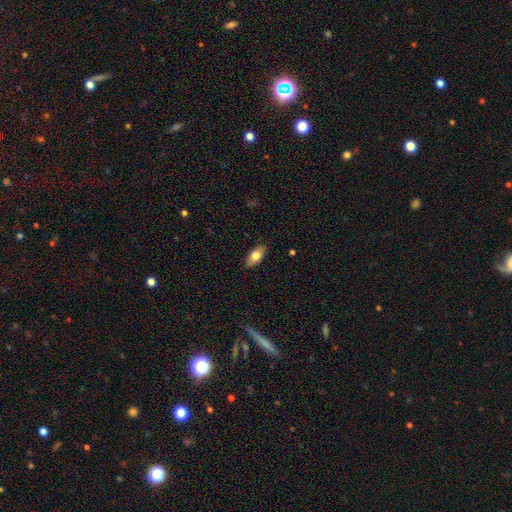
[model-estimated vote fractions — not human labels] A smooth galaxy with no disk features (76%) that is in between round and cigar-shaped (88%). Merging: none (86%).